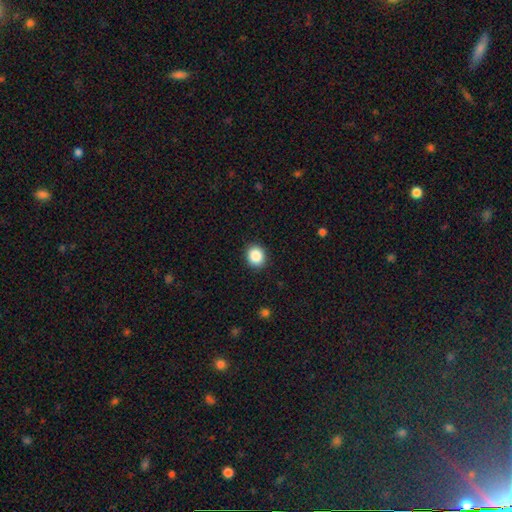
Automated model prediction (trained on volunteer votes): Smooth or featured?
  - smooth: 87% *
  - star or artifact: 9%
  - featured or disk: 3%
How rounded?
  - round: 74% *
  - in between: 25%
  - cigar-shaped: 1%
Merging?
  - none: 91% *
  - minor disturbance: 6%
  - major disturbance: 2%
  - merger: 1%